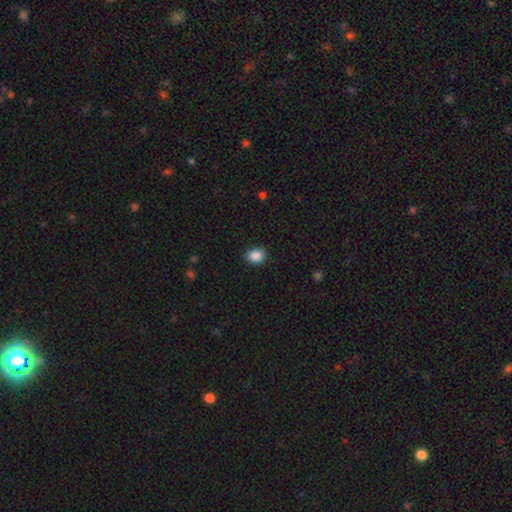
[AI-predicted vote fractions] Q: Smooth or featured?
A: smooth (88%); runner-up: star or artifact (9%)
Q: How rounded?
A: round (54%); runner-up: in between (45%)
Q: Merging?
A: none (89%); runner-up: minor disturbance (8%)